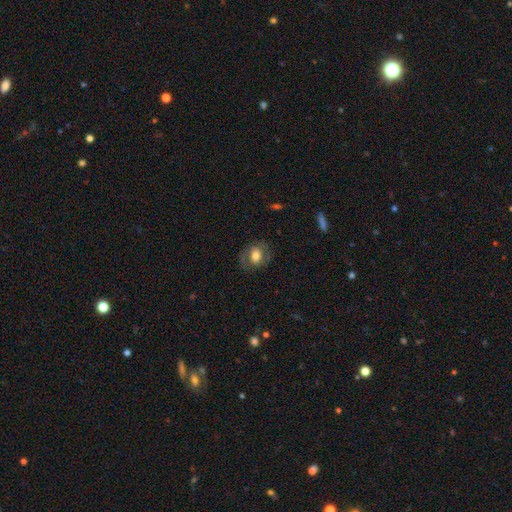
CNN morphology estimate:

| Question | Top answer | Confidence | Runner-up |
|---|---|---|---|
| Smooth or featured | smooth | 53% | featured or disk (39%) |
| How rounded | in between | 53% | round (46%) |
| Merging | none | 73% | minor disturbance (15%) |